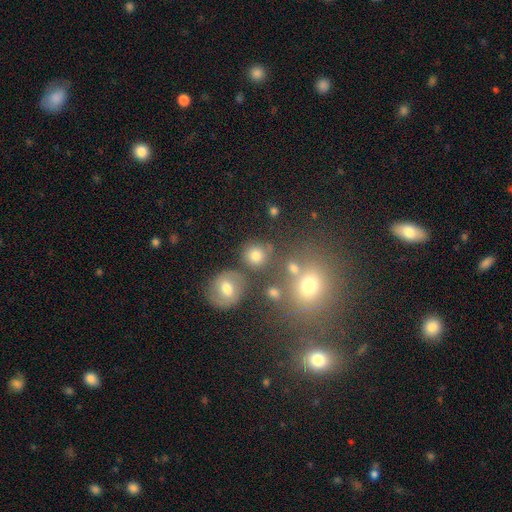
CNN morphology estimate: smooth_or_featured: smooth (p=0.77) [alt: star or artifact p=0.13]
how_rounded: round (p=0.85) [alt: in between p=0.13]
merging: none (p=0.71) [alt: merger p=0.13]